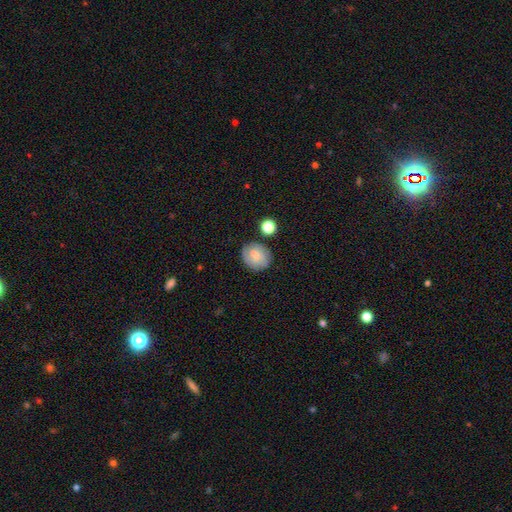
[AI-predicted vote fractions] smooth 68%, featured or disk 23%, star or artifact 9%. Down the decision tree: how rounded — round (73%); merging — none (72%).